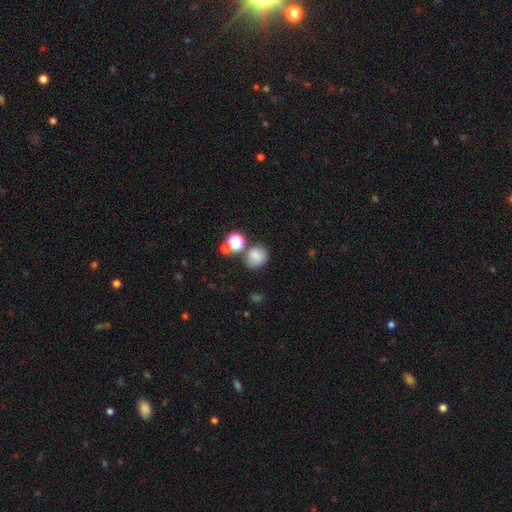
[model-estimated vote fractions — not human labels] Smooth or featured: smooth — 76% (star or artifact — 15%)
How rounded: round — 71% (in between — 29%)
Merging: none — 65% (minor disturbance — 15%)